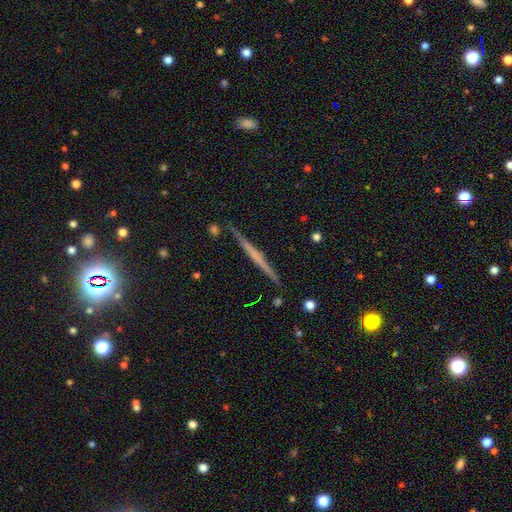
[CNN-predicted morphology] type=featured or disk (62%); edge-on=yes (98%); edge-on bulge=none (80%); merging=none (90%).